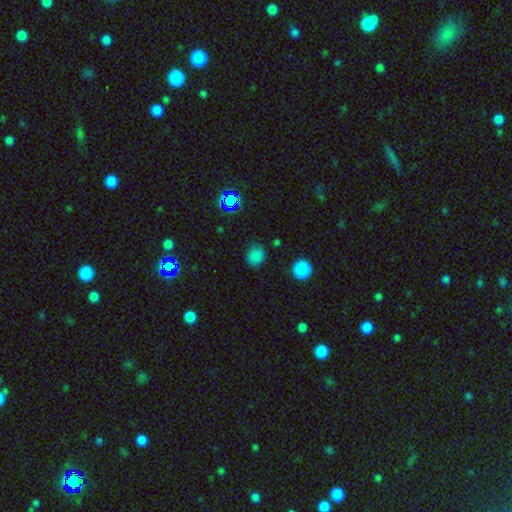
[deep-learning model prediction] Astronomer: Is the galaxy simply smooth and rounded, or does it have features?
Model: smooth — 75%.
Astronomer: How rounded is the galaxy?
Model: round — 78%.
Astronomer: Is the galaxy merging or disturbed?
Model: none — 77%.